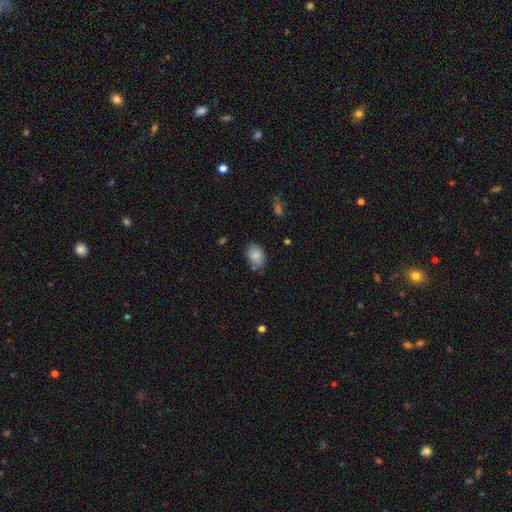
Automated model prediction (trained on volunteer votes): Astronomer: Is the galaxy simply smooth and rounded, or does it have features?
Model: smooth — 85%.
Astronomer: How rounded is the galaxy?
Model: in between — 84%.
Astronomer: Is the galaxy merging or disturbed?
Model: none — 73%.